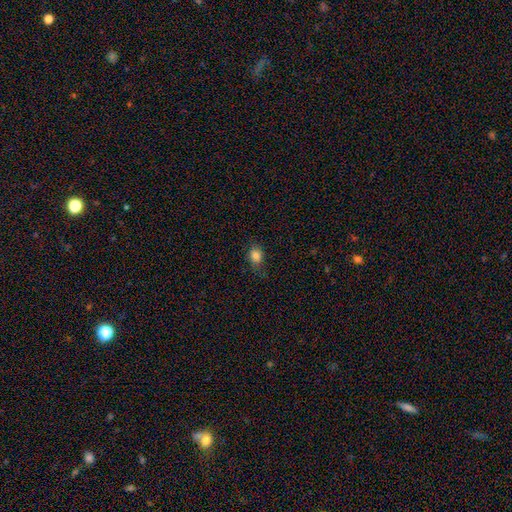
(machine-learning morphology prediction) Smooth or featured? Predicted: smooth (p=0.84). How rounded? Predicted: in between (p=0.51). Merging? Predicted: none (p=0.76).